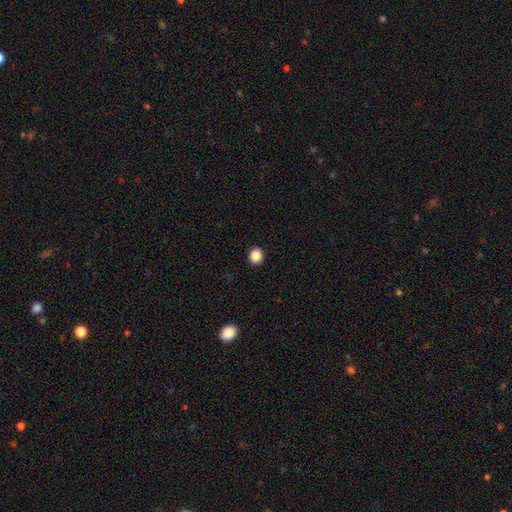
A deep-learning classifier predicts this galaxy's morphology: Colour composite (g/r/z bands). It shows a smooth galaxy with no disk features (87%) that is round (84%). Merging: none (93%).